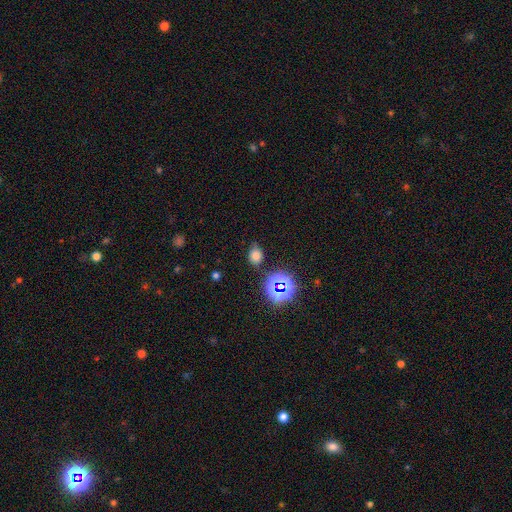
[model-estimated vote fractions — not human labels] This is likely a smooth galaxy (69%). How rounded: possibly in between (55%). Merging: likely none (75%).